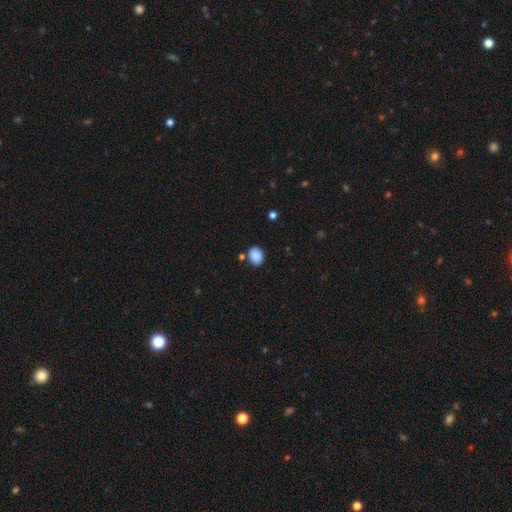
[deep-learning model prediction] smooth_or_featured: smooth (p=0.88) [alt: star or artifact p=0.08]
how_rounded: in between (p=0.58) [alt: round p=0.41]
merging: none (p=0.77) [alt: minor disturbance p=0.13]